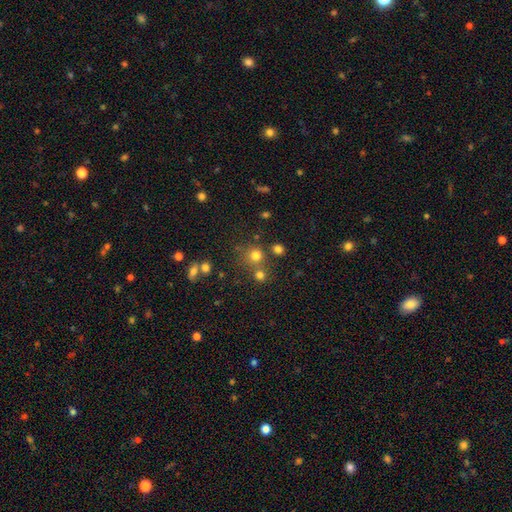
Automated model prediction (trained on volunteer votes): Smooth or featured?
  - smooth: 72% *
  - star or artifact: 20%
  - featured or disk: 8%
How rounded?
  - round: 89% *
  - in between: 10%
  - cigar-shaped: 1%
Merging?
  - none: 64% *
  - merger: 23%
  - minor disturbance: 9%
  - major disturbance: 4%